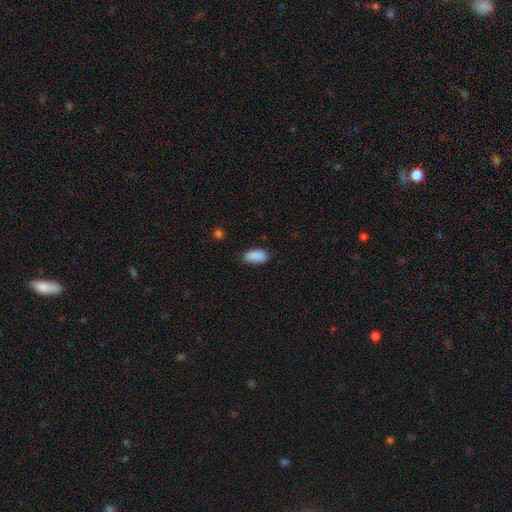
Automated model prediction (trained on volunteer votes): Q: Smooth or featured?
A: smooth (89%); runner-up: star or artifact (7%)
Q: How rounded?
A: in between (91%); runner-up: cigar-shaped (7%)
Q: Merging?
A: none (77%); runner-up: minor disturbance (18%)